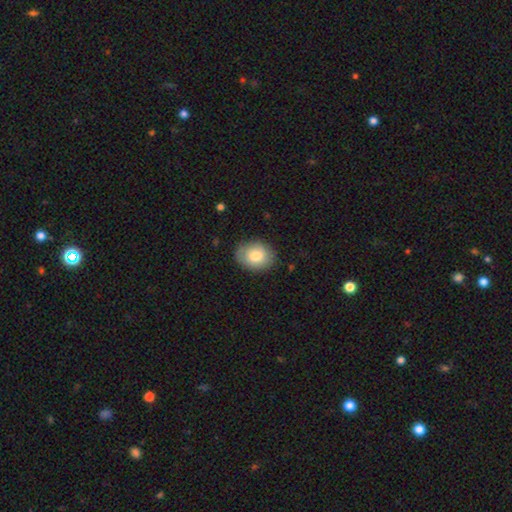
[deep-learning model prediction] Overall: smooth (81%). How rounded: in between (60%; round 39%). Merging: none (82%).